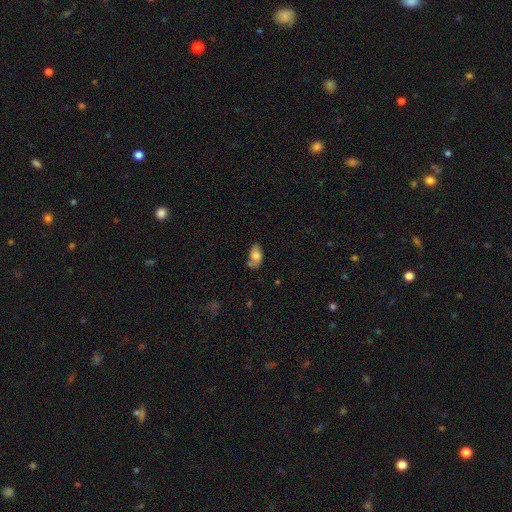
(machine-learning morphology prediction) This appears to be a smooth galaxy with no disk features (68%) that is in between round and cigar-shaped (90%). Merging: none (52%).